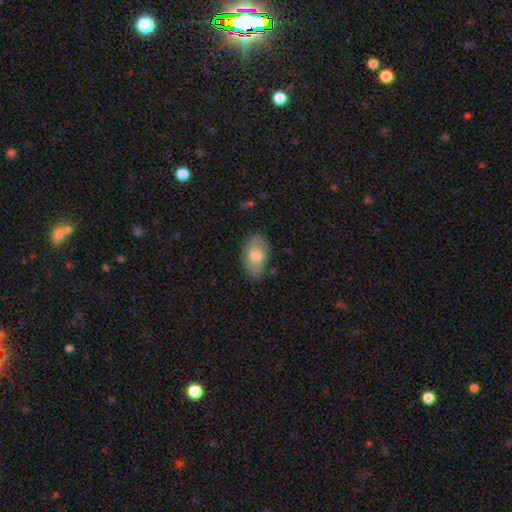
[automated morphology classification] Overall: smooth (70%). How rounded: in between (92%). Merging: none (74%).